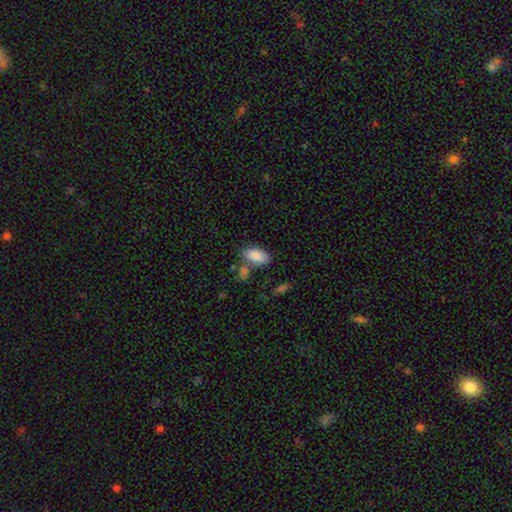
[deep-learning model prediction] A smooth galaxy with no disk features (87%) that is in between round and cigar-shaped (94%). Merging: none (61%).